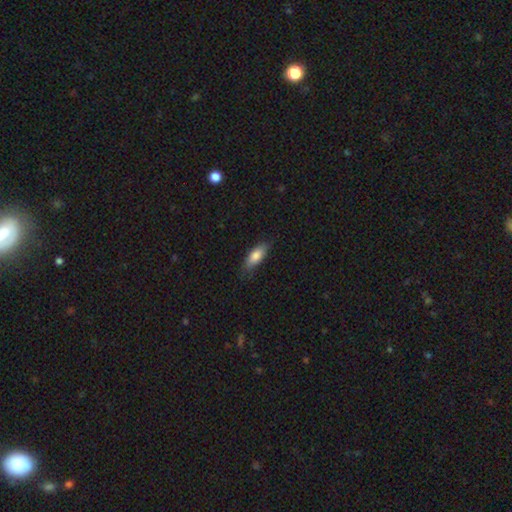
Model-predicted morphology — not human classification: type=smooth (80%); roundness=in between (73%); merging=none (74%).